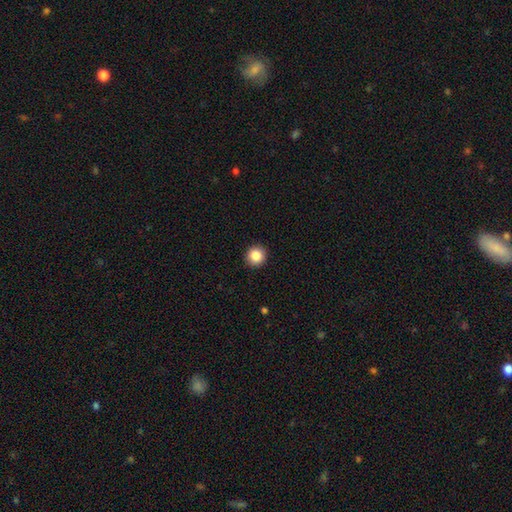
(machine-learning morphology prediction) The model was most divided on "smooth or featured": smooth: 87%, star or artifact: 9%, featured or disk: 4%. More confident: how rounded — round (94%); merging — none (92%).